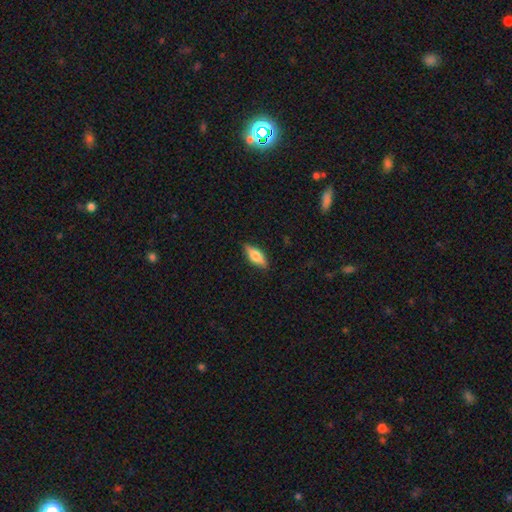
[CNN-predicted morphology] type=smooth (63%); roundness=in between (66%); merging=none (85%).